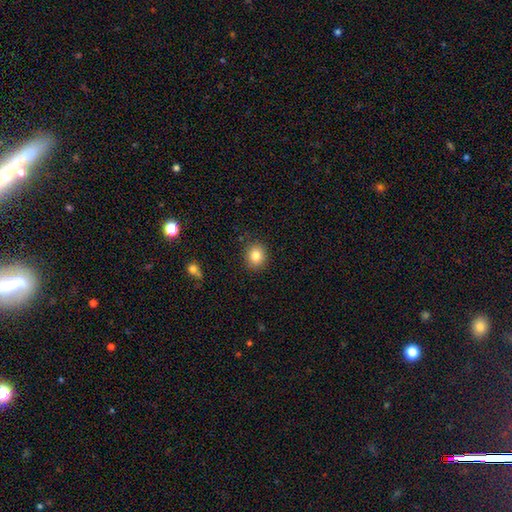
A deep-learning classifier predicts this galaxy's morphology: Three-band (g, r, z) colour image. It shows a smooth galaxy with no disk features (82%) that is round (76%). Merging: none (88%).